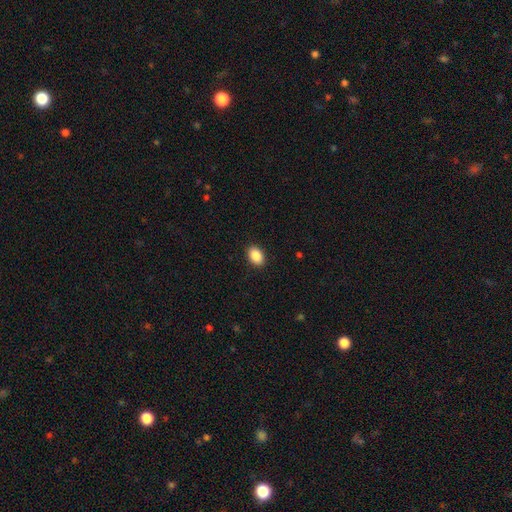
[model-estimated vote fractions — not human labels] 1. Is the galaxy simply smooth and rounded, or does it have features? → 89% smooth, 8% star or artifact, 4% featured or disk.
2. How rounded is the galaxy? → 85% in between, 14% round, 1% cigar-shaped.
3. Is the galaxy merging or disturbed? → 90% none, 7% minor disturbance, 2% major disturbance, 1% merger.